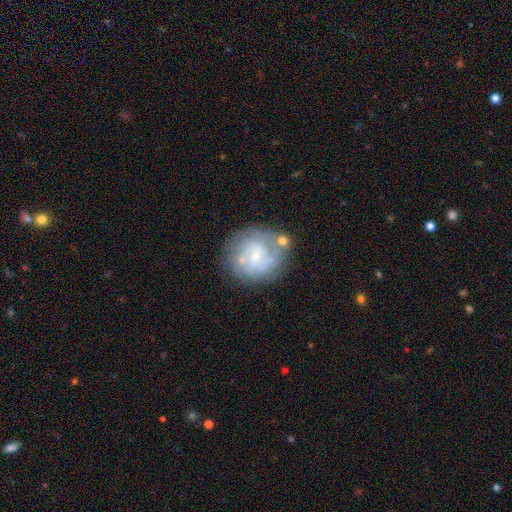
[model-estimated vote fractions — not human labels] Smooth or featured? Predicted: featured or disk (p=0.65). Edge-on disk? Predicted: no (p=0.97). Bar? Predicted: no (p=0.55). Spiral arms? Predicted: yes (p=0.78). Bulge size? Predicted: small (p=0.73). Merging? Predicted: none (p=0.66).